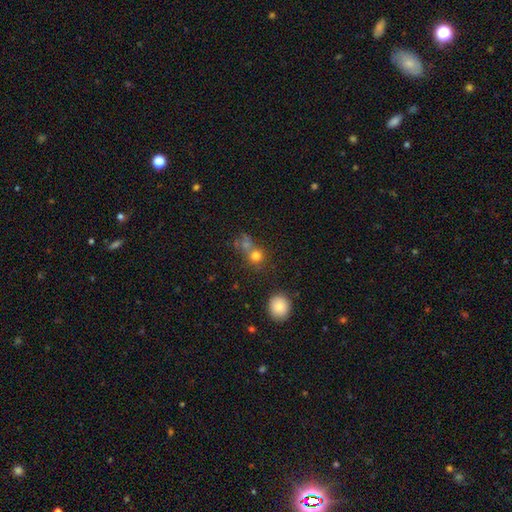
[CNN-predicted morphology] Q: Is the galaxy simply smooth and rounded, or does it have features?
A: smooth — 74%.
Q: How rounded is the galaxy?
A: round — 86%.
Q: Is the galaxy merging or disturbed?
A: none — 51%.